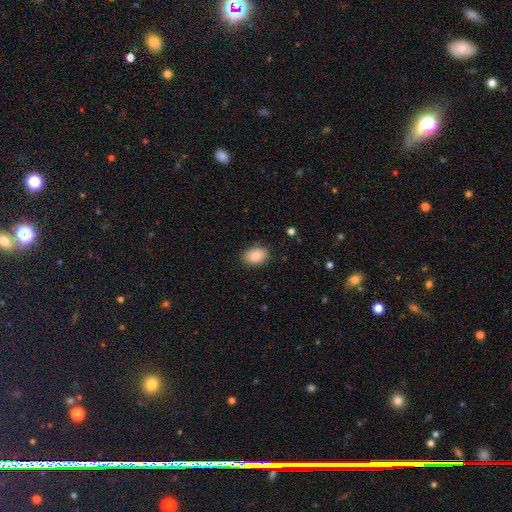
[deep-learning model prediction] Smooth or featured: smooth — 86% (star or artifact — 7%)
How rounded: in between — 83% (round — 16%)
Merging: none — 87% (minor disturbance — 10%)